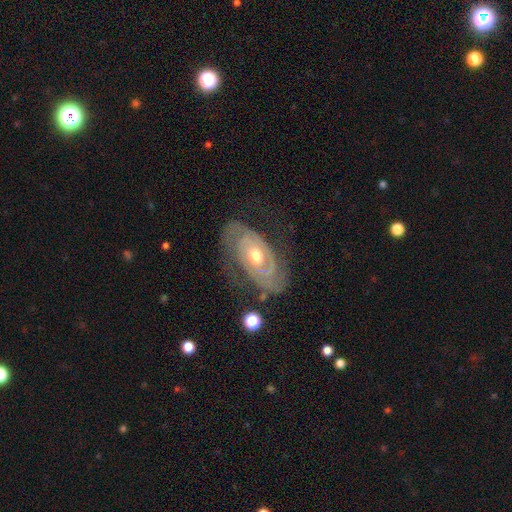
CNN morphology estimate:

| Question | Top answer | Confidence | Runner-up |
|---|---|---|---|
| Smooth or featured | featured or disk | 85% | smooth (10%) |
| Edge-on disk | no | 95% | yes (5%) |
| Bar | no | 74% | weak (21%) |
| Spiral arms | yes | 90% | no (10%) |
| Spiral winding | tight | 67% | medium (24%) |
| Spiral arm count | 2 | 55% | can't tell (24%) |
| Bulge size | moderate | 70% | small (24%) |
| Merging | none | 65% | minor disturbance (21%) |